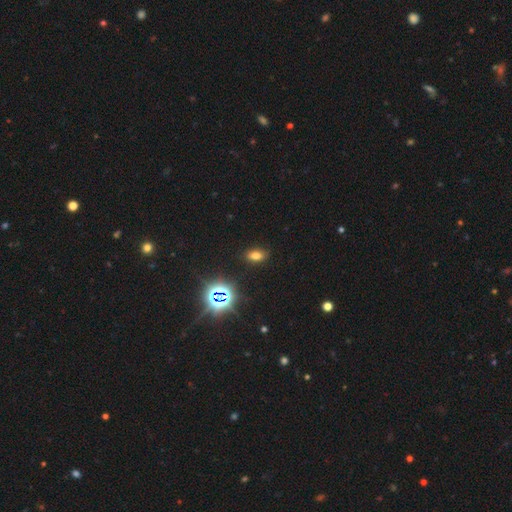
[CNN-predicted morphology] Smooth or featured: smooth — 65% (star or artifact — 27%)
How rounded: in between — 86% (round — 10%)
Merging: none — 87% (minor disturbance — 9%)